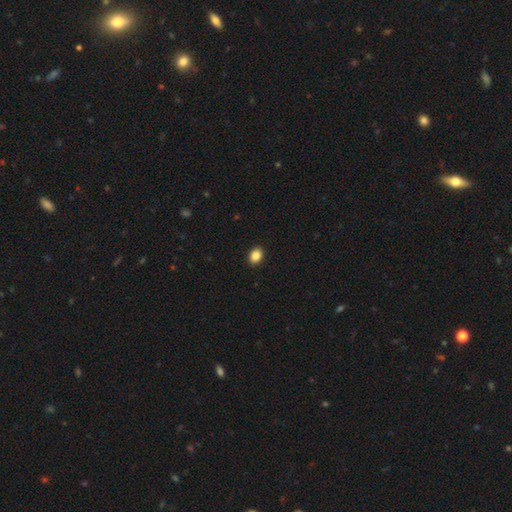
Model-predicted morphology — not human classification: smooth_or_featured: smooth (p=0.88) [alt: star or artifact p=0.09]
how_rounded: in between (p=0.68) [alt: round p=0.31]
merging: none (p=0.92) [alt: minor disturbance p=0.06]